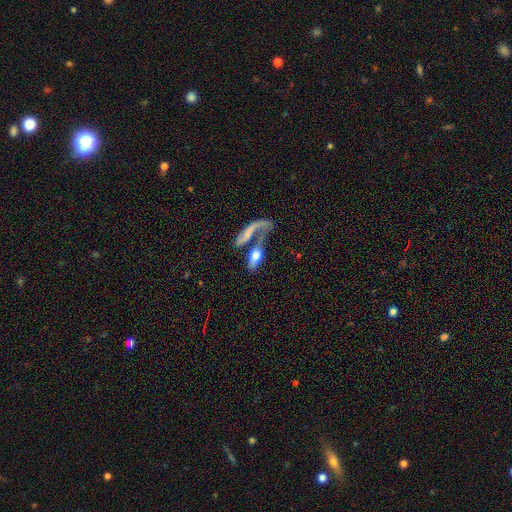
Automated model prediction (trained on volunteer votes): A smooth galaxy with no disk features (58%) that is in between round and cigar-shaped (66%). Merging: merger (50%).